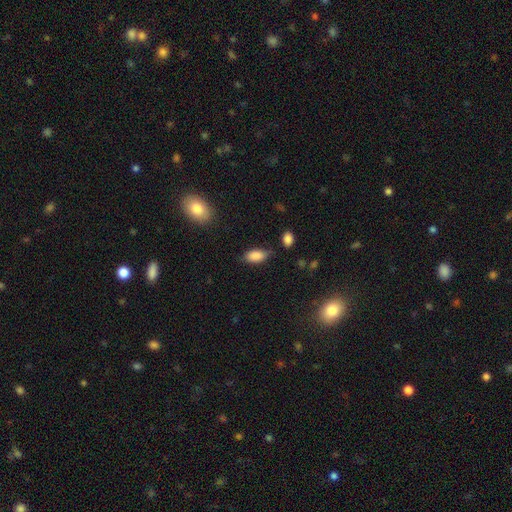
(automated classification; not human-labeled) Smooth or featured: smooth — 86% (star or artifact — 7%)
How rounded: in between — 91% (cigar-shaped — 6%)
Merging: none — 67% (minor disturbance — 24%)